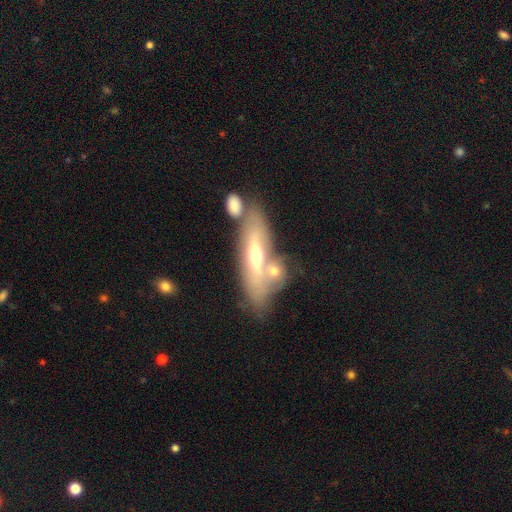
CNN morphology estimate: smooth-or-featured: featured or disk: 66% | smooth: 27% | star or artifact: 7%
  disk-edge-on: no: 50% (tied) | yes: 50% (tied)
  merging: none: 57% | merger: 20% | minor disturbance: 16% | major disturbance: 6%